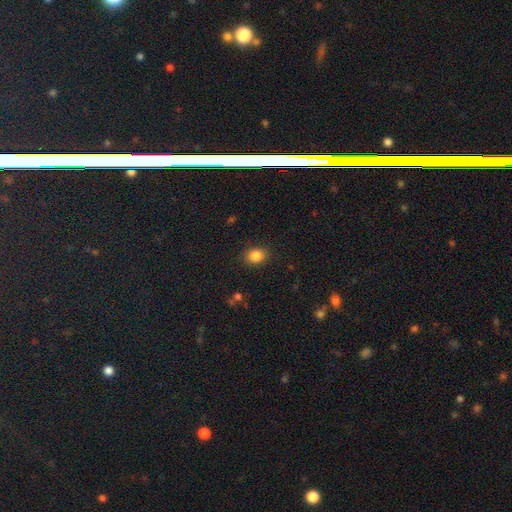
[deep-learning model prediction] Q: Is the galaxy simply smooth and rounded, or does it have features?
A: smooth — 85%.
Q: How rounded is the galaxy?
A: round — 53%.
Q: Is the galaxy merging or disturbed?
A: none — 87%.